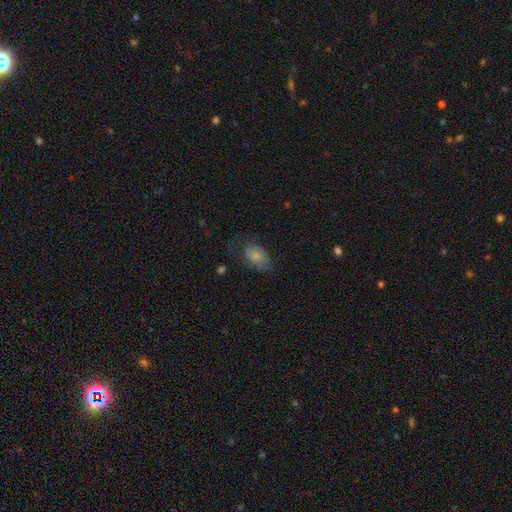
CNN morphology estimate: Smooth or featured? smooth (76%)
How rounded? in between (88%)
Merging? none (51%)